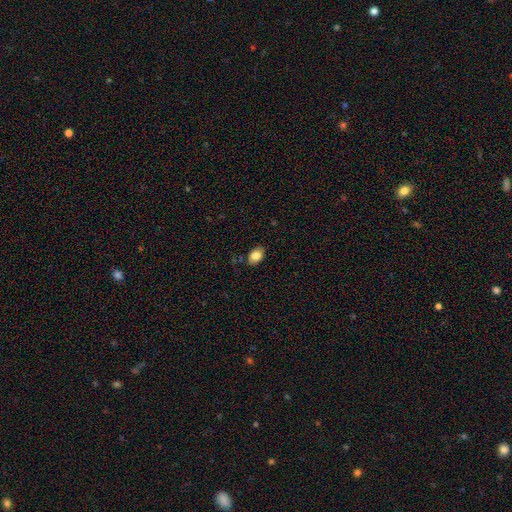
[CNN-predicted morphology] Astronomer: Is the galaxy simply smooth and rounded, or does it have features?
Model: smooth — 84%.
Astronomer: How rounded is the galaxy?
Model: in between — 84%.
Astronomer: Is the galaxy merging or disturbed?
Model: none — 85%.